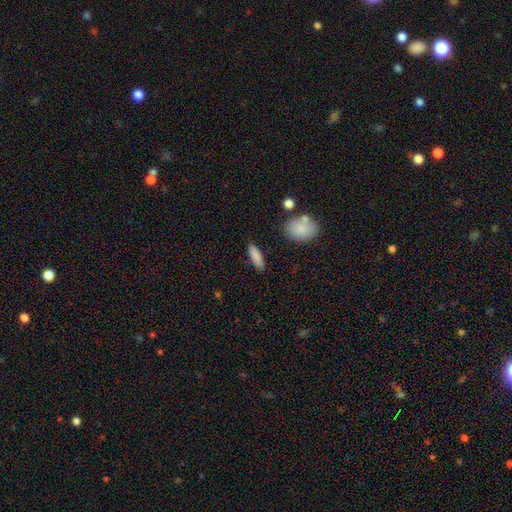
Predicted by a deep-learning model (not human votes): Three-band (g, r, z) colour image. It shows a smooth galaxy with no disk features (86%) that is cigar-shaped (52%). Merging: none (82%).